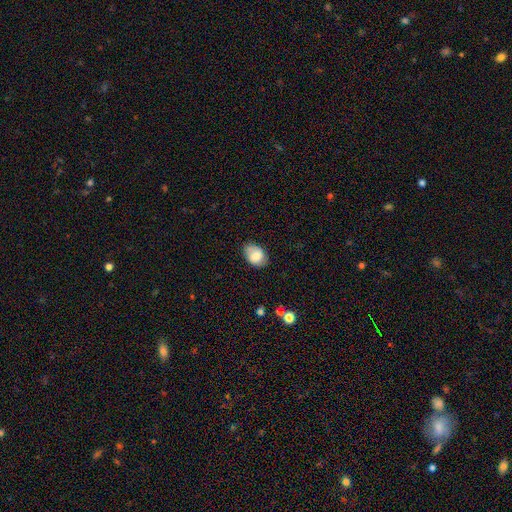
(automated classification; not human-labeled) smooth-or-featured: smooth: 77% | featured or disk: 16% | star or artifact: 8%
  how-rounded: in between: 80% | round: 19% | cigar-shaped: 1%
  merging: none: 73% | minor disturbance: 20% | major disturbance: 5% | merger: 2%